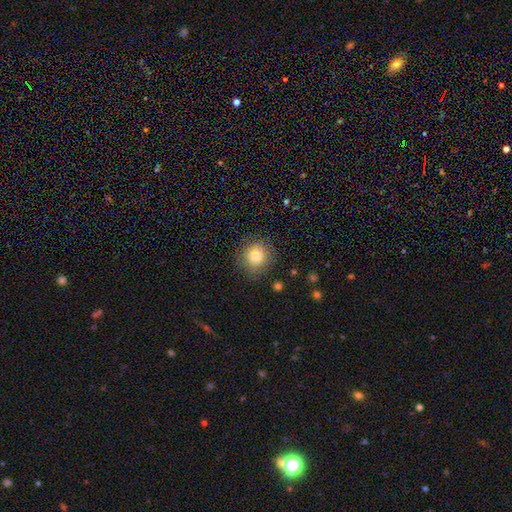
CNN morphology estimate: Q: Smooth or featured?
A: smooth (80%); runner-up: star or artifact (11%)
Q: How rounded?
A: round (90%); runner-up: in between (9%)
Q: Merging?
A: none (84%); runner-up: minor disturbance (11%)